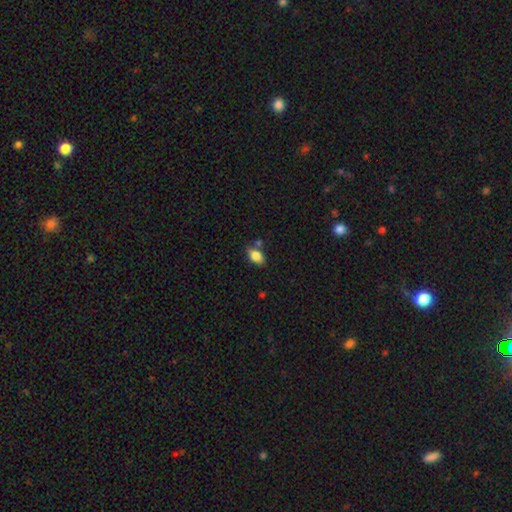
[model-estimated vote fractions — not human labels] Overall: smooth (82%). How rounded: in between (88%). Merging: none (71%).